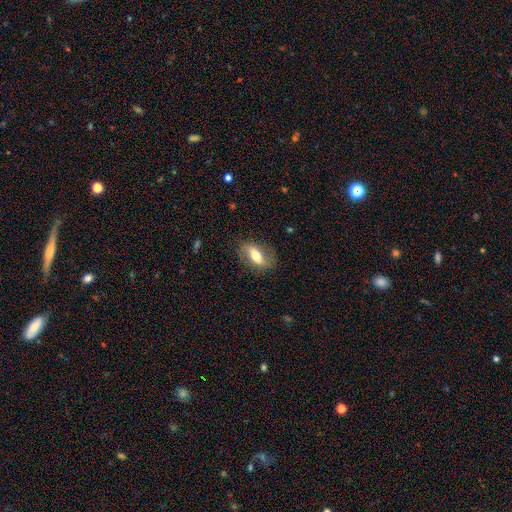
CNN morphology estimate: smooth 47%, featured or disk 46%, star or artifact 7%. Down the decision tree: merging — none (79%).